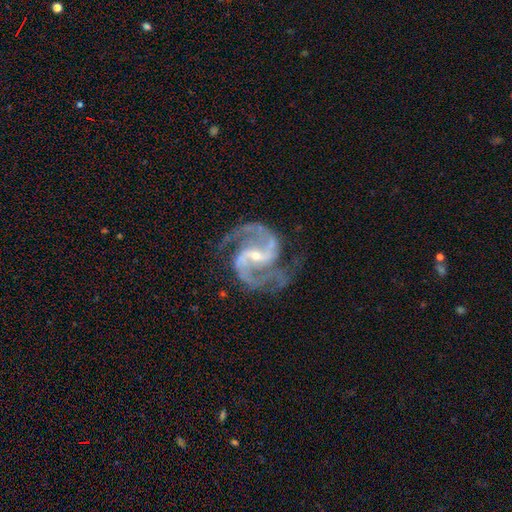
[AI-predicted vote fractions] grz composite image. It shows a featured or disk galaxy (93%) with a strong bar (42%), 2 (89%) medium (66%) spiral arms (99%) and a small central bulge (70%). Merging: none (71%).